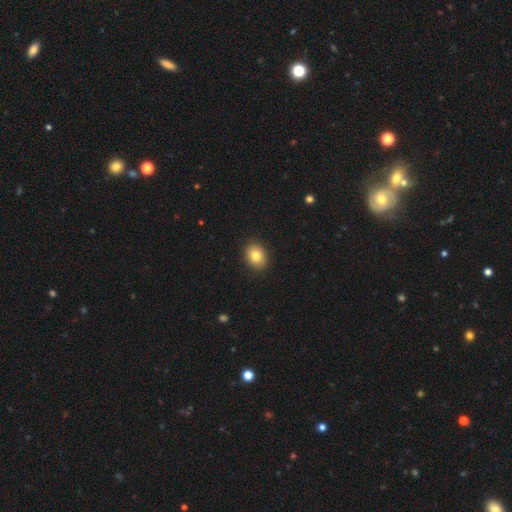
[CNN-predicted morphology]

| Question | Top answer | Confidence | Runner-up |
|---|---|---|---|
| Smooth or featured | smooth | 82% | star or artifact (10%) |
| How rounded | round | 50% | in between (49%) |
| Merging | none | 91% | minor disturbance (6%) |